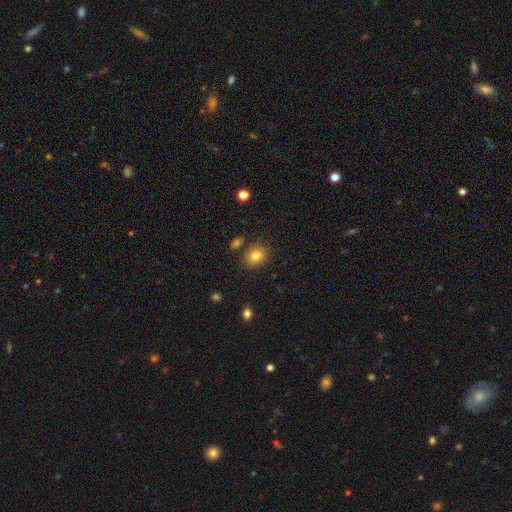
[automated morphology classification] smooth-or-featured: smooth: 81% | star or artifact: 11% | featured or disk: 8%
  how-rounded: in between: 50% | round: 49% | cigar-shaped: 1%
  merging: none: 81% | minor disturbance: 11% | merger: 5% | major disturbance: 3%